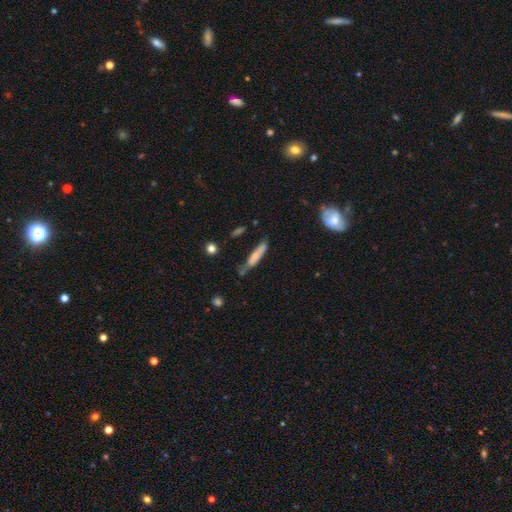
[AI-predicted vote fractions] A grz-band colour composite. It shows a smooth galaxy with no disk features (67%) that is cigar-shaped (81%). Merging: none (47%).